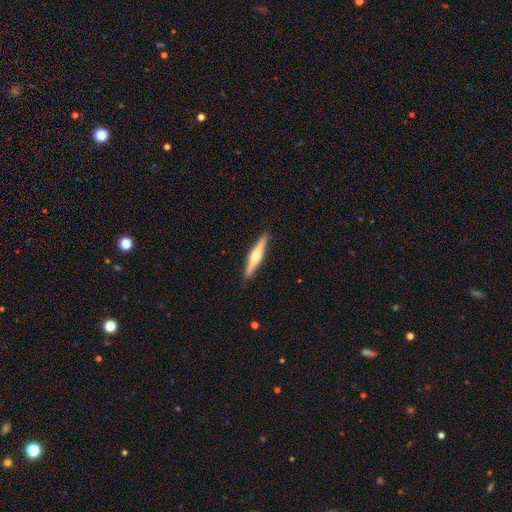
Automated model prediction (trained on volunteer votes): Smooth or featured?
  - featured or disk: 64% *
  - smooth: 31%
  - star or artifact: 5%
Edge-on disk?
  - yes: 98% *
  - no: 2%
Edge-on bulge?
  - rounded: 85% *
  - boxy: 9%
  - none: 6%
Merging?
  - none: 91% *
  - minor disturbance: 7%
  - major disturbance: 1%
  - merger: 1%